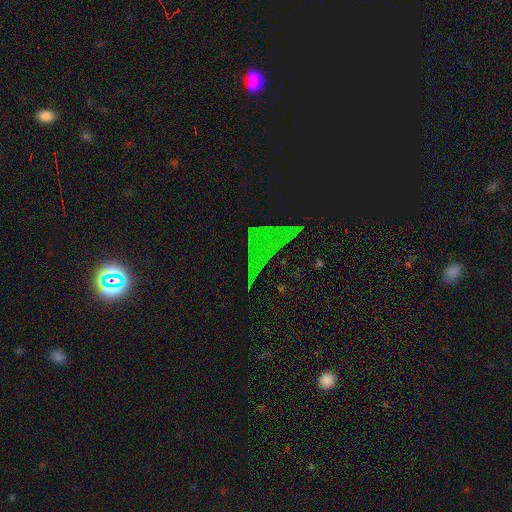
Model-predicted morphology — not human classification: Smooth or featured? Predicted: star or artifact (p=0.71).